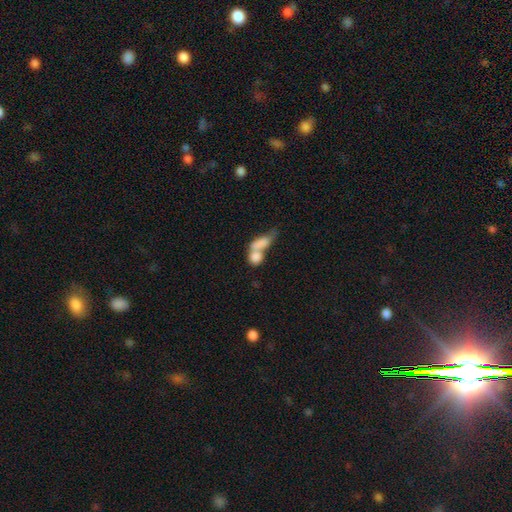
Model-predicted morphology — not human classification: The model was most divided on "how rounded": in between: 51%, round: 37%, cigar-shaped: 12%. More confident: smooth or featured — smooth (76%); merging — merger (66%).